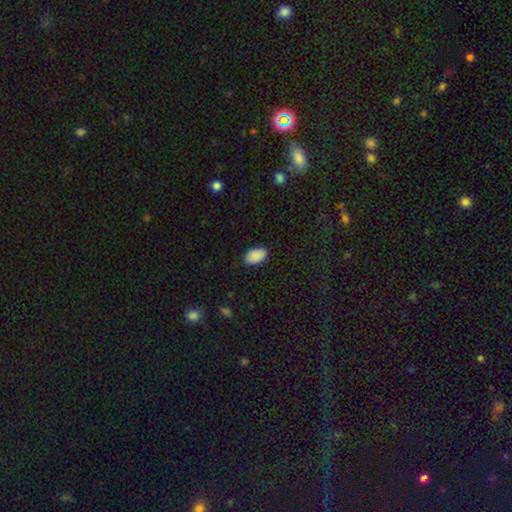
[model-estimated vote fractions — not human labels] The model was most divided on "merging": none: 87%, minor disturbance: 10%, major disturbance: 2%, merger: 1%. More confident: how rounded — in between (94%); smooth or featured — smooth (90%).